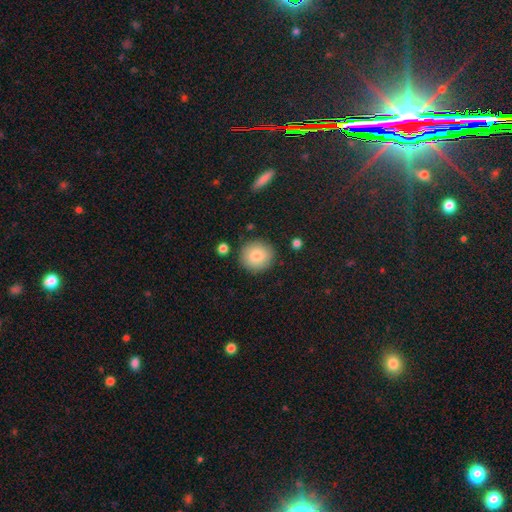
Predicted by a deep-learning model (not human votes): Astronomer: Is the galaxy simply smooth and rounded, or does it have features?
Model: smooth — 84%.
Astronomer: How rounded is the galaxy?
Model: round — 90%.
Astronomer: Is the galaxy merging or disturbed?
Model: none — 87%.